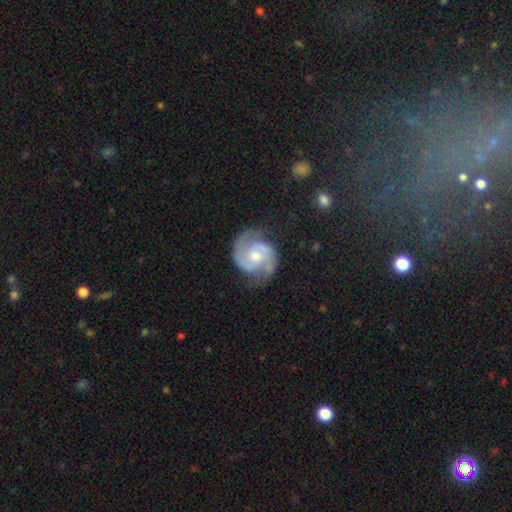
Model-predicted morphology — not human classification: The model was most divided on "spiral winding": medium: 53%, tight: 34%, loose: 13%. More confident: edge-on disk — no (98%); spiral arms — yes (98%); spiral arm count — 2 (92%); smooth or featured — featured or disk (89%); merging — none (74%); bulge size — moderate (61%); bar — no (59%).